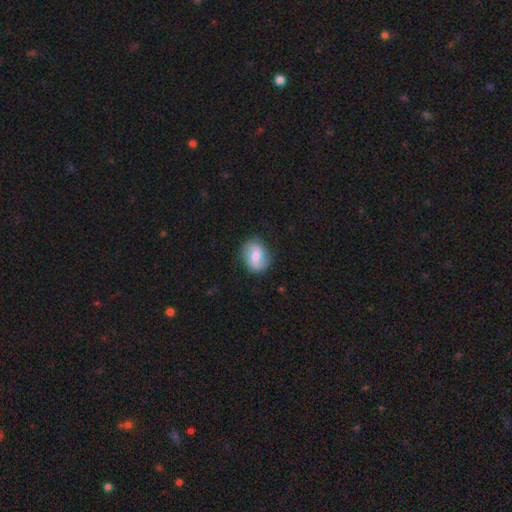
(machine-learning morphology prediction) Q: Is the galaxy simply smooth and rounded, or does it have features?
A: smooth — 56%.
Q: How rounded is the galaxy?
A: in between — 55%.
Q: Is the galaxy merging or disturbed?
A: none — 80%.